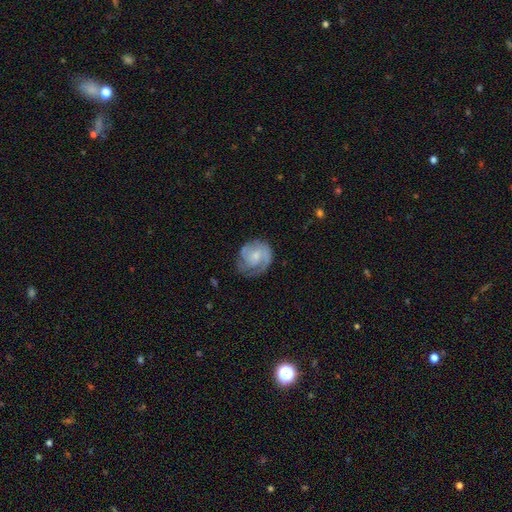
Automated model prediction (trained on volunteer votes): Smooth or featured: featured or disk — 70% (smooth — 24%)
Edge-on disk: no — 98% (yes — 2%)
Bar: no — 66% (weak — 30%)
Spiral arms: yes — 92% (no — 8%)
Spiral winding: tight — 51% (medium — 36%)
Spiral arm count: 2 — 47% (1 — 20%)
Bulge size: small — 51% (moderate — 32%)
Merging: none — 68% (minor disturbance — 20%)